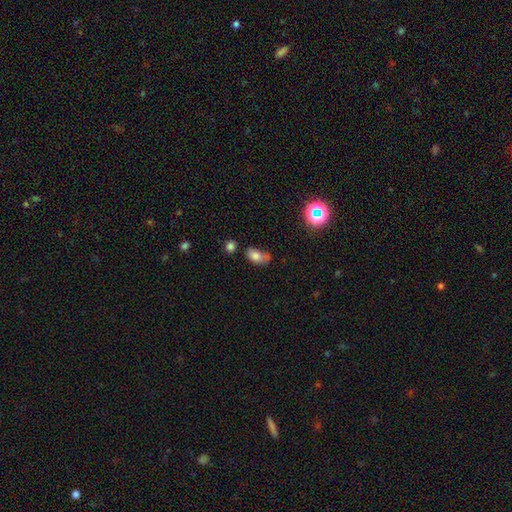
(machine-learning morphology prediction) type=smooth (76%); roundness=in between (85%); merging=none (36%).